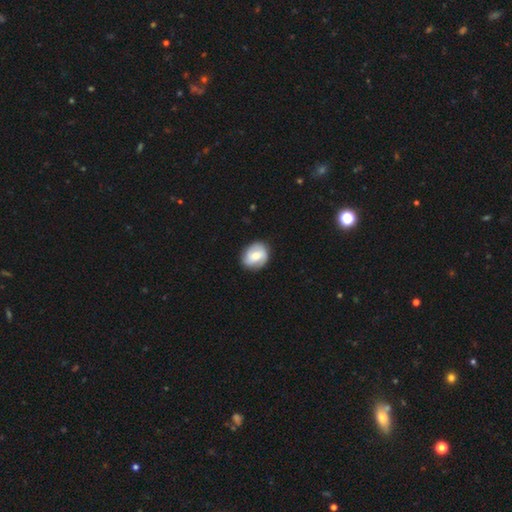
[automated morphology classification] smooth-or-featured: smooth: 53% | featured or disk: 40% | star or artifact: 7%
  how-rounded: round: 54% | in between: 45% | cigar-shaped: 1%
  merging: none: 82% | minor disturbance: 14% | major disturbance: 4% | merger: 1%